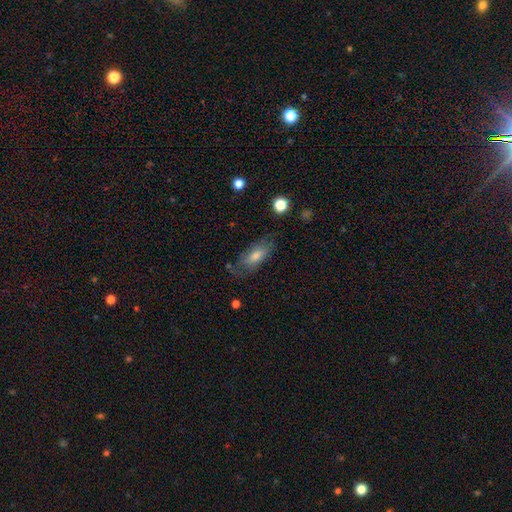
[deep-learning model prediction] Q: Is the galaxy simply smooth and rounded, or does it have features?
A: smooth — 57%.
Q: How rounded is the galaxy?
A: in between — 79%.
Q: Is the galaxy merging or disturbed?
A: none — 69%.